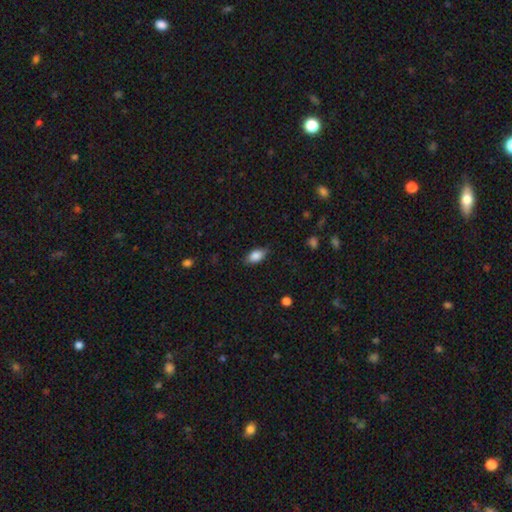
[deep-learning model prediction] Smooth or featured?
  - smooth: 85% *
  - featured or disk: 8%
  - star or artifact: 7%
How rounded?
  - in between: 90% *
  - round: 6%
  - cigar-shaped: 4%
Merging?
  - none: 80% *
  - minor disturbance: 16%
  - major disturbance: 3%
  - merger: 1%